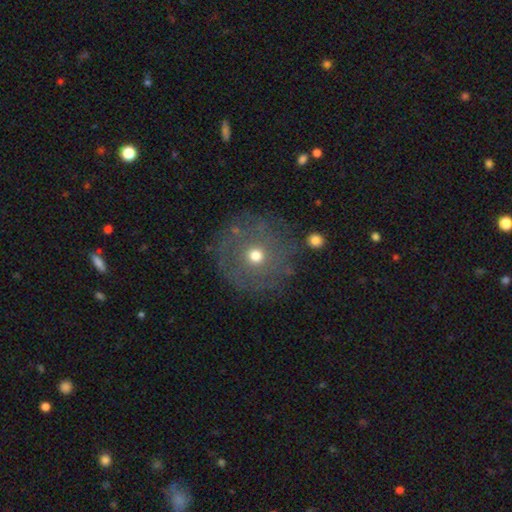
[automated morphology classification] This appears to be a smooth galaxy with no disk features (48%). Merging: none (78%).